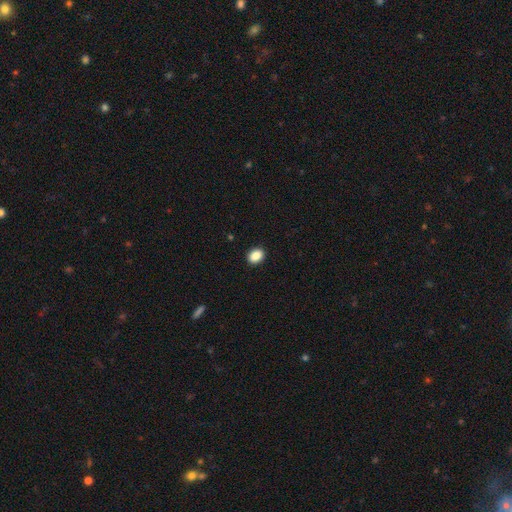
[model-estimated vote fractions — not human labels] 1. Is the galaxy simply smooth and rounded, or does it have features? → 88% smooth, 9% star or artifact, 4% featured or disk.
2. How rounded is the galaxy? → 65% in between, 34% round, 1% cigar-shaped.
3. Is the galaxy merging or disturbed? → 91% none, 6% minor disturbance, 2% major disturbance, 1% merger.